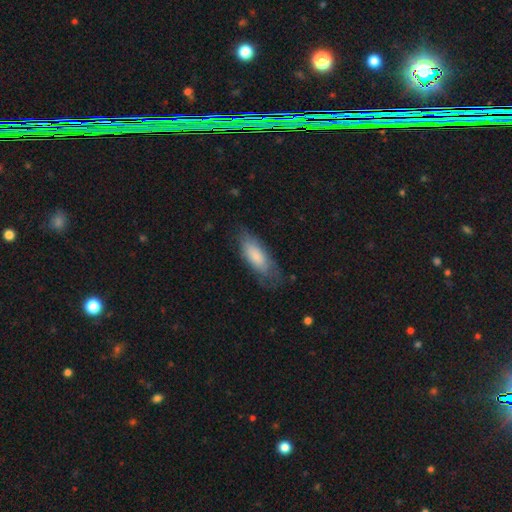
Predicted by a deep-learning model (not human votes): Morphology: type=smooth (74%); roundness=in between (72%); merging=none (62%).